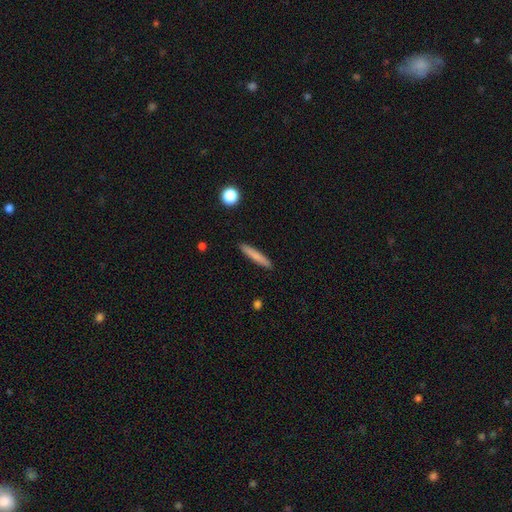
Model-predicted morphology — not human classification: Smooth or featured: smooth — 77% (featured or disk — 17%)
How rounded: cigar-shaped — 94% (in between — 5%)
Merging: none — 91% (minor disturbance — 6%)